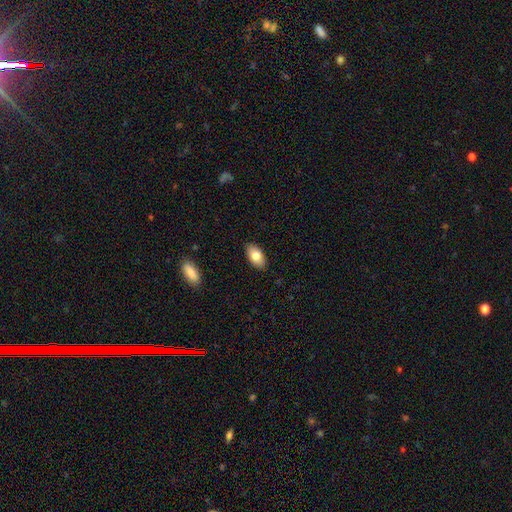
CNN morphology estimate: The model was most divided on "smooth or featured": smooth: 80%, featured or disk: 13%, star or artifact: 7%. More confident: how rounded — in between (94%); merging — none (88%).